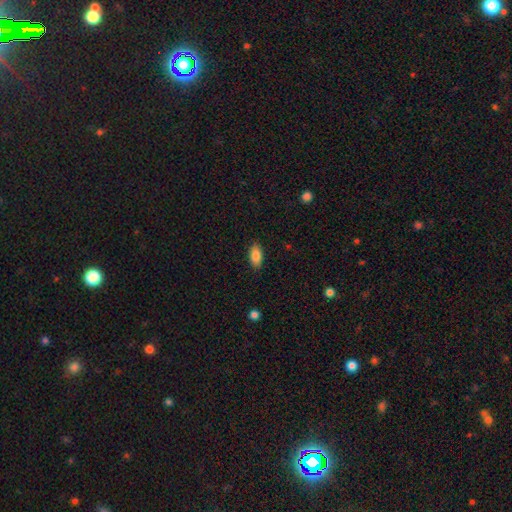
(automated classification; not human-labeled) Smooth or featured?
  - smooth: 86% *
  - star or artifact: 7%
  - featured or disk: 6%
How rounded?
  - in between: 91% *
  - cigar-shaped: 6%
  - round: 3%
Merging?
  - none: 88% *
  - minor disturbance: 9%
  - major disturbance: 2%
  - merger: 1%